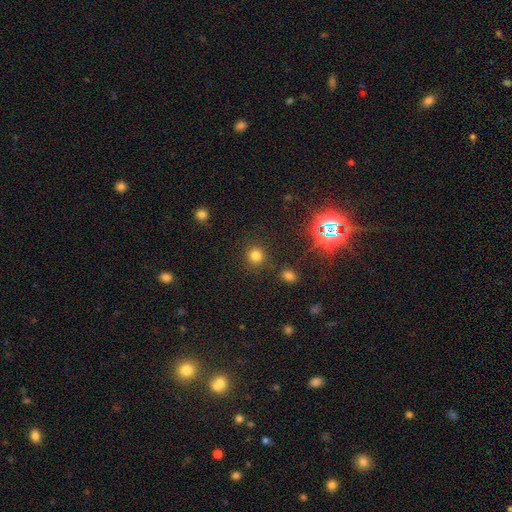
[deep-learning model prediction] smooth_or_featured: smooth (p=0.76) [alt: star or artifact p=0.18]
how_rounded: round (p=0.91) [alt: in between p=0.08]
merging: none (p=0.87) [alt: minor disturbance p=0.07]